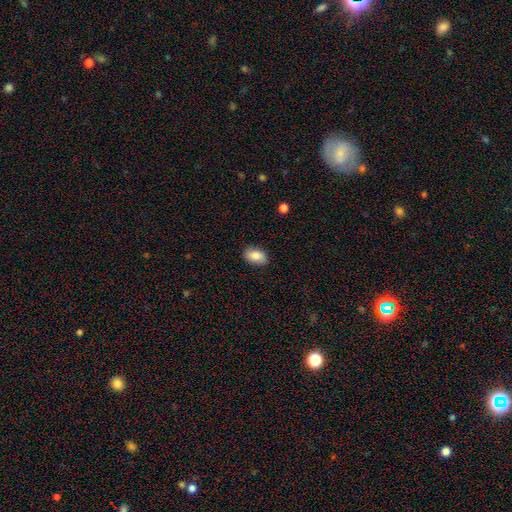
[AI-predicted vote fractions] Smooth or featured?
  - smooth: 83% *
  - featured or disk: 10%
  - star or artifact: 7%
How rounded?
  - in between: 90% *
  - round: 9%
  - cigar-shaped: 2%
Merging?
  - none: 85% *
  - minor disturbance: 12%
  - major disturbance: 2%
  - merger: 1%